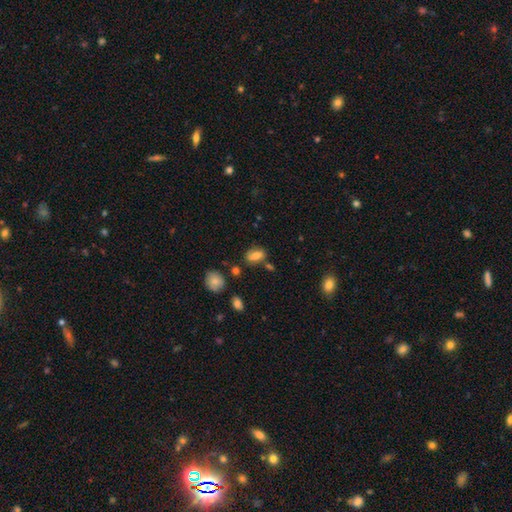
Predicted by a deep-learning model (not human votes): This is likely a smooth galaxy (68%). How rounded: clearly in between (80%). Merging: likely none (66%).